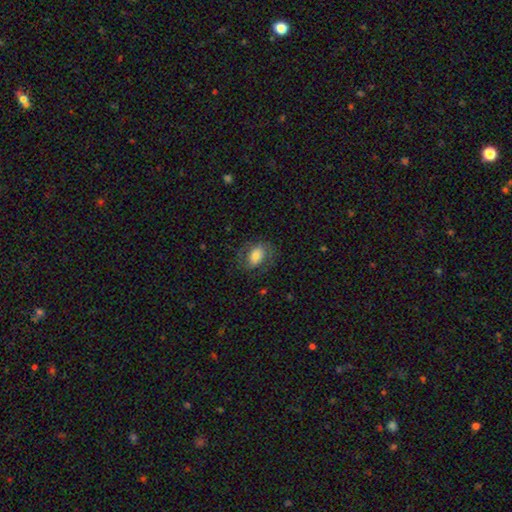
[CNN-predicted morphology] smooth_or_featured: smooth (p=0.62) [alt: featured or disk p=0.30]
how_rounded: in between (p=0.77) [alt: round p=0.22]
merging: none (p=0.66) [alt: minor disturbance p=0.19]